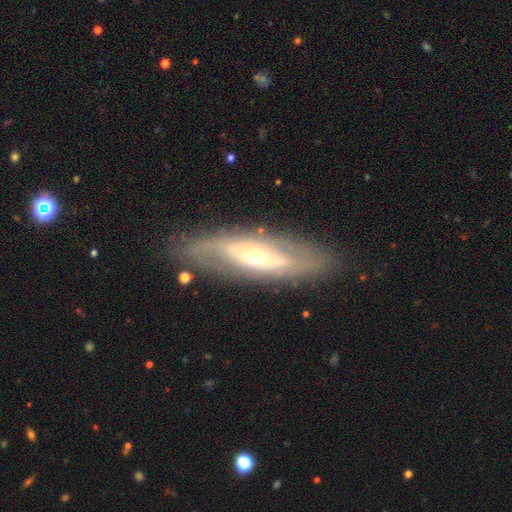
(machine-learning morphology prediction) Overall: featured or disk (71%). Edge-on disk: no (78%). Bar: no (67%). Spiral arms: yes (55%; no 45%). Bulge size: moderate (48%; small 46%). Merging: none (81%).